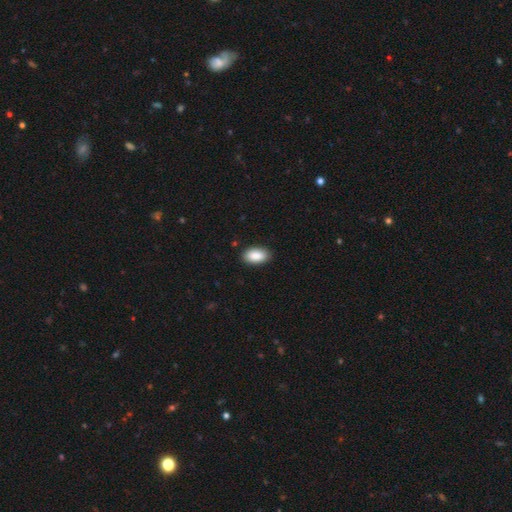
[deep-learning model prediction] This appears to be a smooth galaxy with no disk features (89%) that is in between round and cigar-shaped (94%). Merging: none (88%).